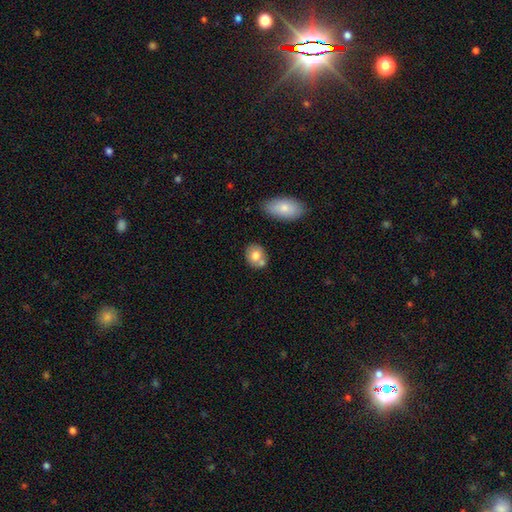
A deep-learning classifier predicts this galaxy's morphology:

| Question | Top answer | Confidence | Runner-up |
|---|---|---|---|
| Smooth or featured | smooth | 74% | featured or disk (18%) |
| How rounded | round | 59% | in between (40%) |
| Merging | none | 57% | merger (27%) |